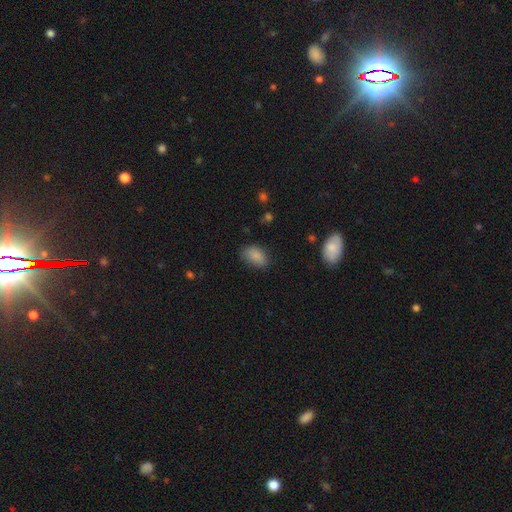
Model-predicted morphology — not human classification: smooth_or_featured: smooth (p=0.86) [alt: star or artifact p=0.09]
how_rounded: in between (p=0.89) [alt: round p=0.10]
merging: none (p=0.72) [alt: minor disturbance p=0.22]